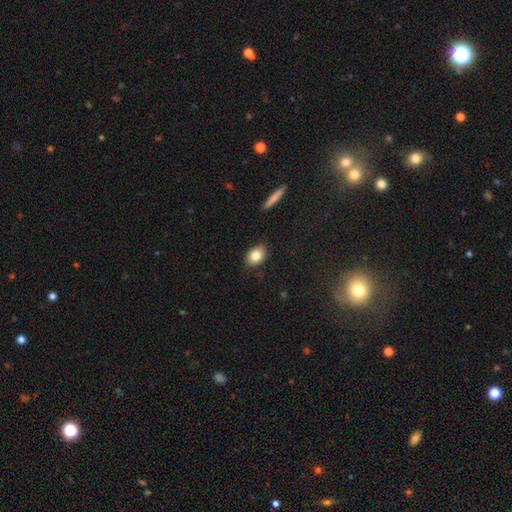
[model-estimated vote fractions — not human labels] This is clearly a smooth galaxy (82%). How rounded: likely in between (71%). Merging: clearly none (84%).